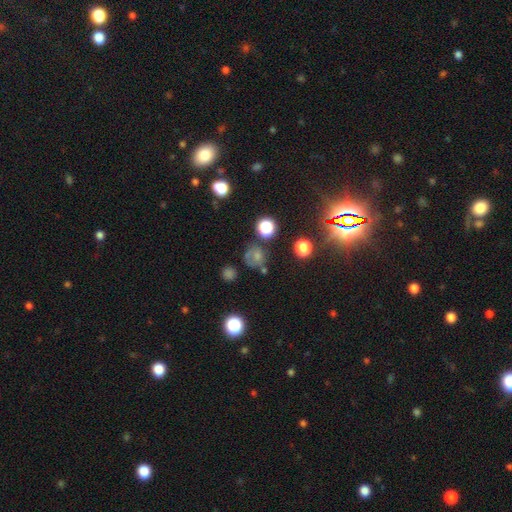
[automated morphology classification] Q: Smooth or featured?
A: smooth (54%); runner-up: star or artifact (24%)
Q: How rounded?
A: round (73%); runner-up: in between (26%)
Q: Merging?
A: none (51%); runner-up: minor disturbance (22%)